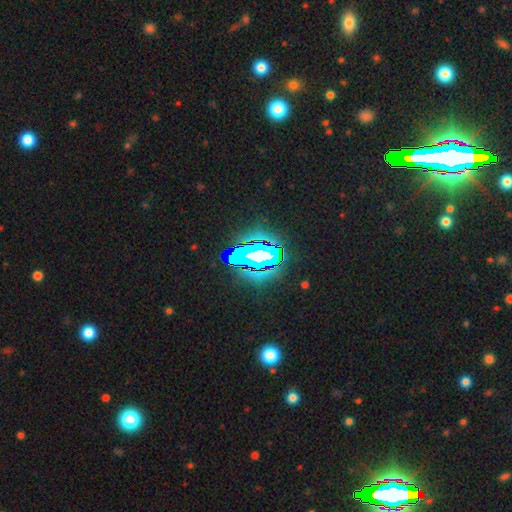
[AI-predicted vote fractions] Overall: star or artifact (72%).